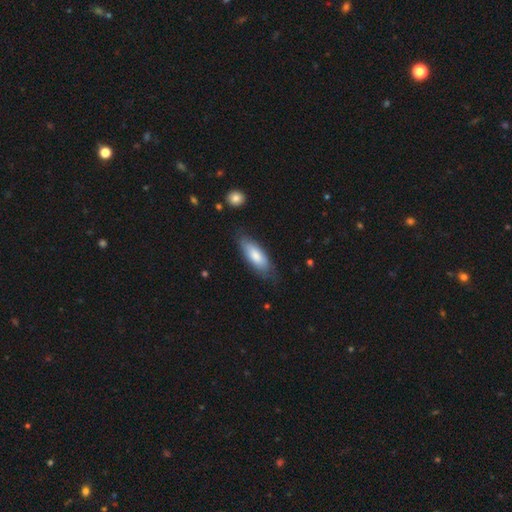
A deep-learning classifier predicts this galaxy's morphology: Q: Smooth or featured?
A: smooth (78%); runner-up: featured or disk (16%)
Q: How rounded?
A: in between (71%); runner-up: cigar-shaped (27%)
Q: Merging?
A: none (74%); runner-up: minor disturbance (20%)